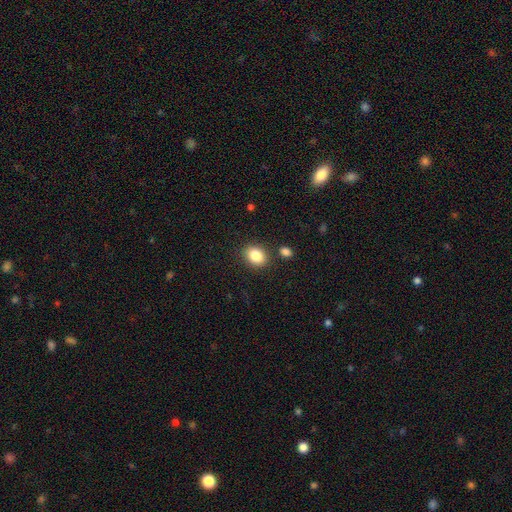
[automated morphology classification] This is clearly a smooth galaxy (85%). How rounded: possibly in between (59%). Merging: clearly none (84%).